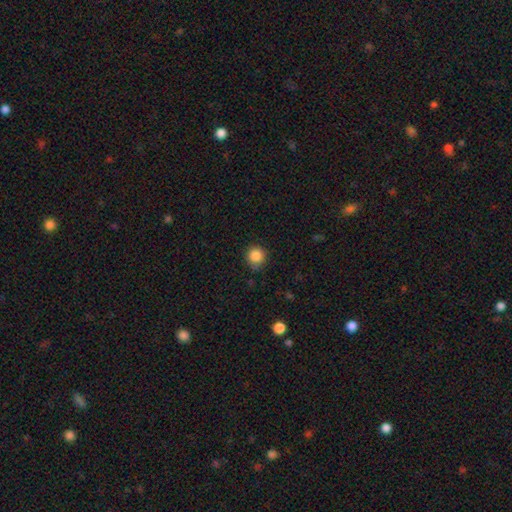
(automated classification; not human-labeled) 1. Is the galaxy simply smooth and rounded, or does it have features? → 85% smooth, 11% star or artifact, 4% featured or disk.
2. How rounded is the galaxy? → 92% round, 7% in between, 1% cigar-shaped.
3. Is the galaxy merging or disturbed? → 83% none, 13% minor disturbance, 3% major disturbance, 1% merger.